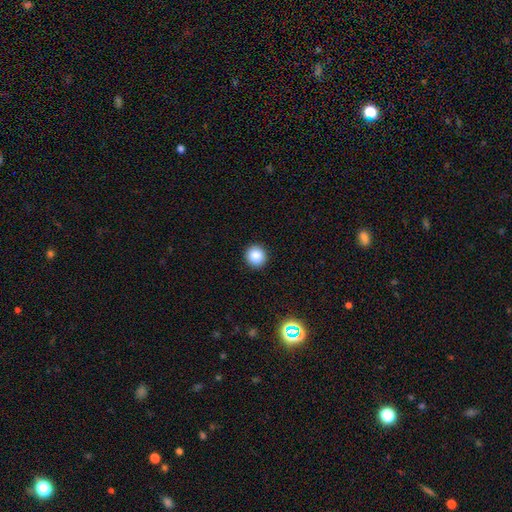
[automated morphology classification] Q: Smooth or featured?
A: smooth (86%); runner-up: star or artifact (10%)
Q: How rounded?
A: round (93%); runner-up: in between (6%)
Q: Merging?
A: none (93%); runner-up: minor disturbance (5%)